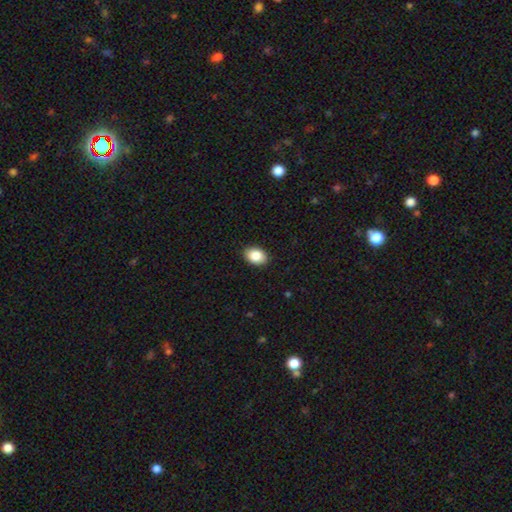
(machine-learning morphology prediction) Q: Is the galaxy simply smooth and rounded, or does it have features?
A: smooth — 87%.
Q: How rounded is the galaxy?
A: in between — 79%.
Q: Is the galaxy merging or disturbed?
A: none — 89%.